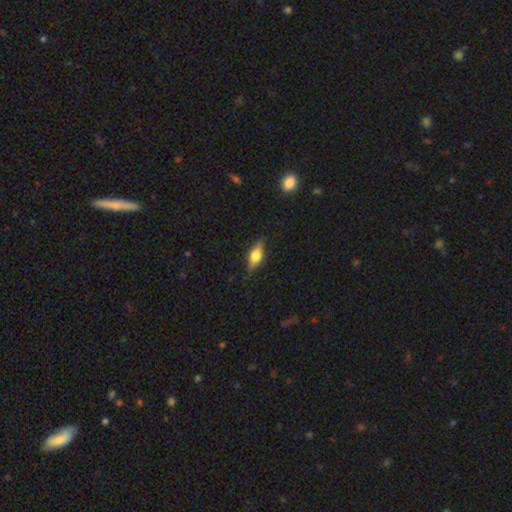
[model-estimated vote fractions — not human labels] The model was most divided on "smooth or featured": featured or disk: 52%, smooth: 40%, star or artifact: 8%. More confident: edge-on disk — yes (92%); merging — none (82%).